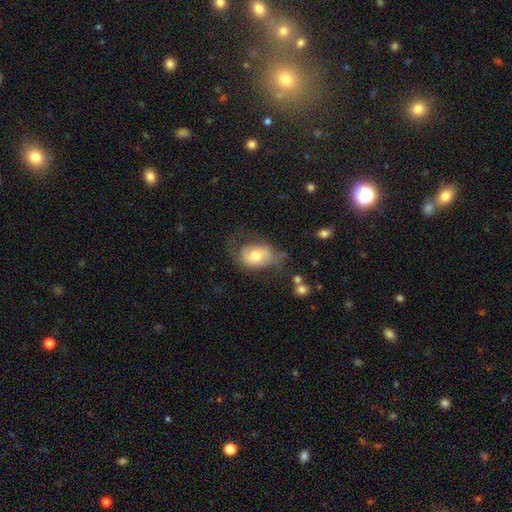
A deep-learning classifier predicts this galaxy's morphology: Q: Smooth or featured?
A: smooth (58%); runner-up: featured or disk (35%)
Q: How rounded?
A: in between (78%); runner-up: round (21%)
Q: Merging?
A: none (39%); runner-up: minor disturbance (30%)